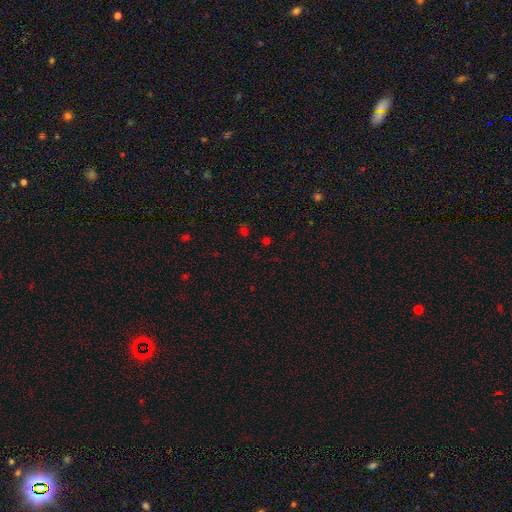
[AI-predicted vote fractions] smooth_or_featured: star or artifact (p=0.54) [alt: smooth p=0.40]